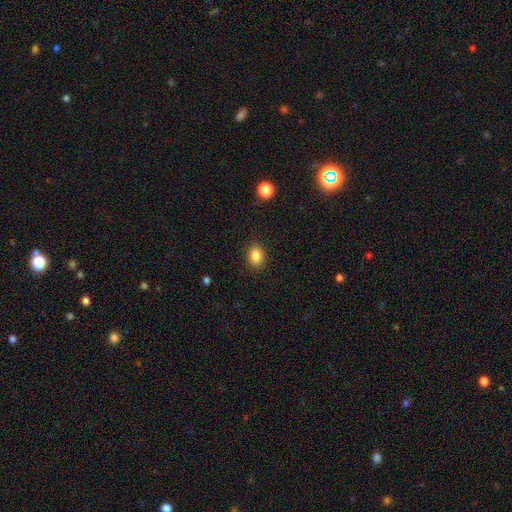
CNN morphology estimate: smooth 85%, star or artifact 10%, featured or disk 5%. Down the decision tree: how rounded — in between (64%); merging — none (87%).